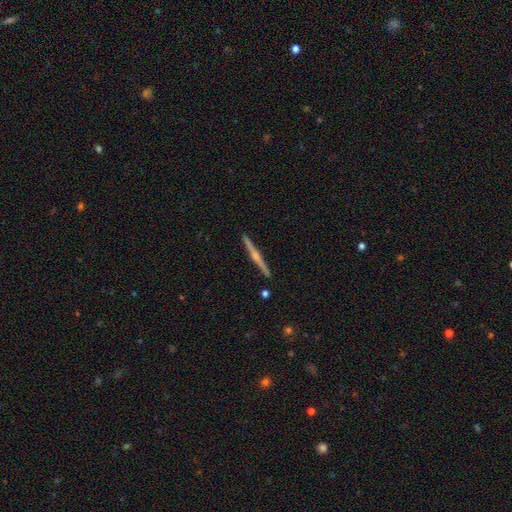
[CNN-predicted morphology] Smooth or featured?
  - featured or disk: 78% *
  - smooth: 17%
  - star or artifact: 5%
Edge-on disk?
  - yes: 99% *
  - no: 1%
Edge-on bulge?
  - rounded: 83% *
  - none: 11%
  - boxy: 6%
Merging?
  - none: 92% *
  - minor disturbance: 5%
  - merger: 1%
  - major disturbance: 1%